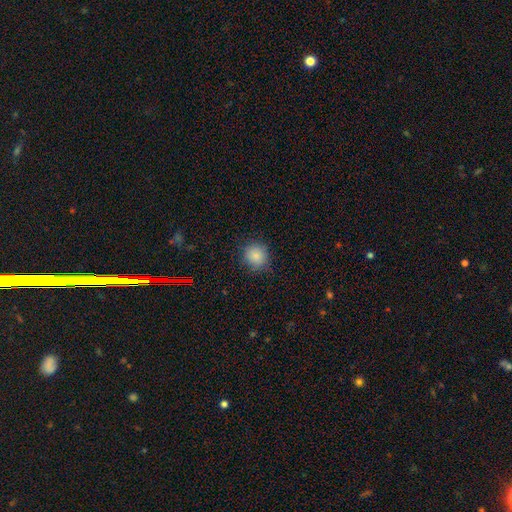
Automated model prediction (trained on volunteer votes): The model was most divided on "merging": none: 84%, minor disturbance: 12%, major disturbance: 3%, merger: 1%. More confident: how rounded — round (88%); smooth or featured — smooth (85%).